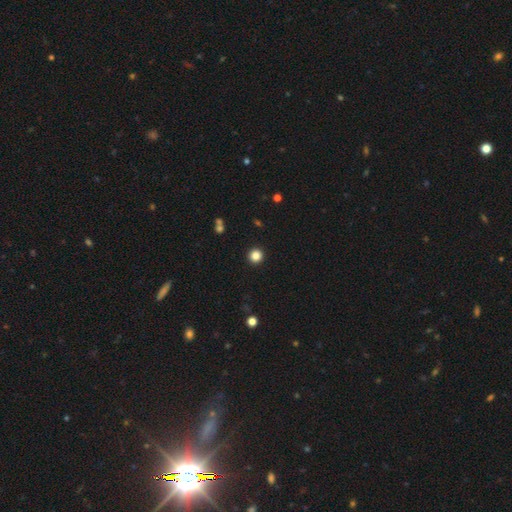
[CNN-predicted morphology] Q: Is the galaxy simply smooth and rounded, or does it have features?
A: smooth — 84%.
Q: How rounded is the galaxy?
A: round — 96%.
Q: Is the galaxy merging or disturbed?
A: none — 93%.